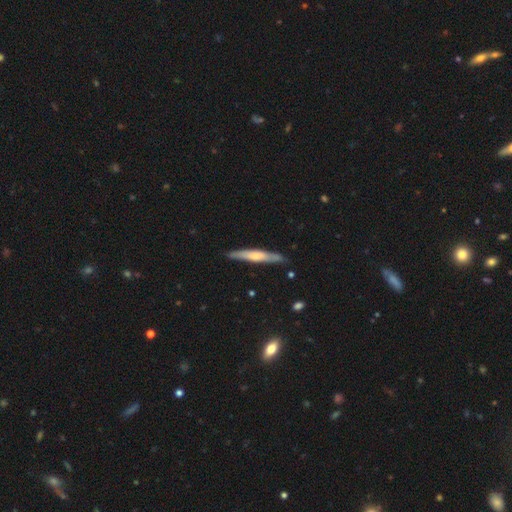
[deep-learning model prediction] Smooth or featured?
  - smooth: 50% *
  - featured or disk: 44%
  - star or artifact: 5%
How rounded?
  - cigar-shaped: 93% *
  - in between: 6%
  - round: 1%
Merging?
  - none: 86% *
  - minor disturbance: 11%
  - major disturbance: 2%
  - merger: 1%